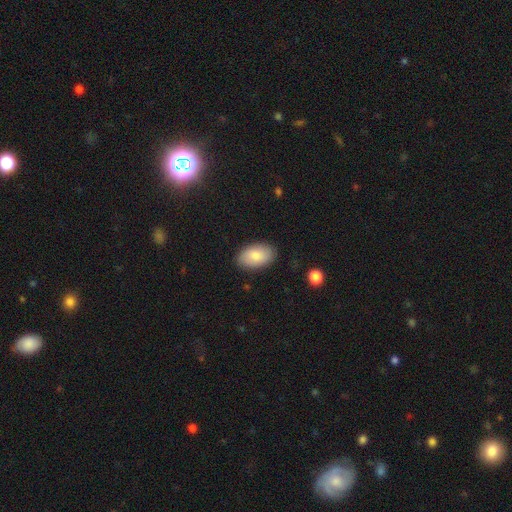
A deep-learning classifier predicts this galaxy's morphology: Smooth or featured?
  - smooth: 79% *
  - featured or disk: 14%
  - star or artifact: 6%
How rounded?
  - in between: 93% *
  - round: 6%
  - cigar-shaped: 1%
Merging?
  - none: 86% *
  - minor disturbance: 11%
  - major disturbance: 2%
  - merger: 1%